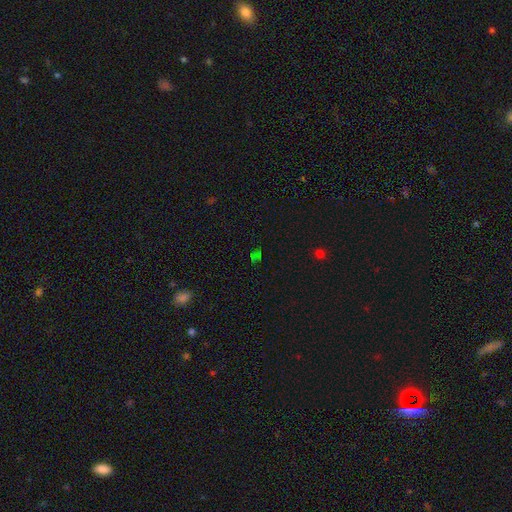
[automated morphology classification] Smooth or featured: star or artifact — 60% (smooth — 30%)